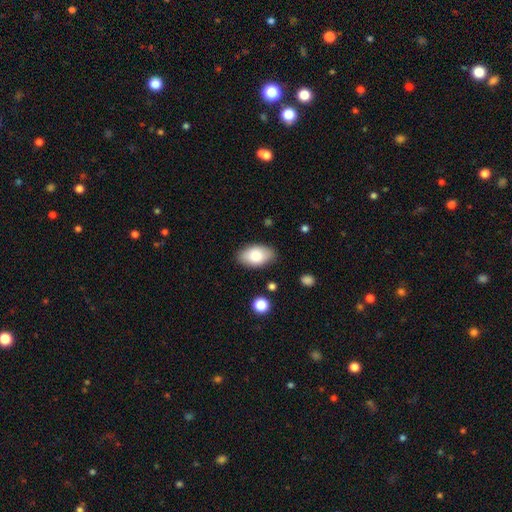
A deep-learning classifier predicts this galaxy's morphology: A smooth galaxy with no disk features (83%) that is in between round and cigar-shaped (94%).

Vote fractions:
- Smooth or featured? smooth: 83% / featured or disk: 10% / star or artifact: 7%
- How rounded? in between: 94% / round: 5% / cigar-shaped: 2%
- Merging? none: 83% / minor disturbance: 13% / major disturbance: 3% / merger: 1%